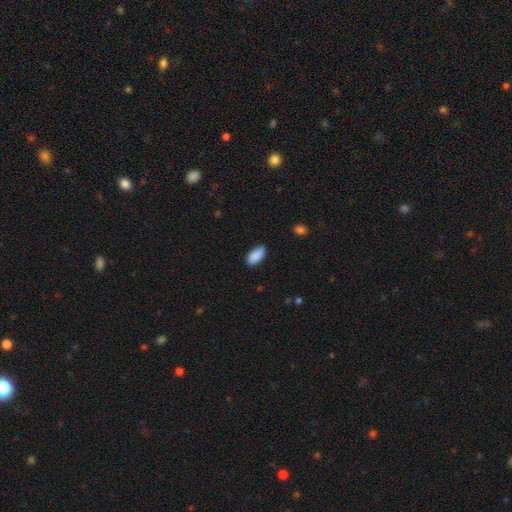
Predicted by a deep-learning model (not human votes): The model was most divided on "merging": none: 83%, minor disturbance: 13%, major disturbance: 2%, merger: 1%. More confident: how rounded — in between (92%); smooth or featured — smooth (90%).